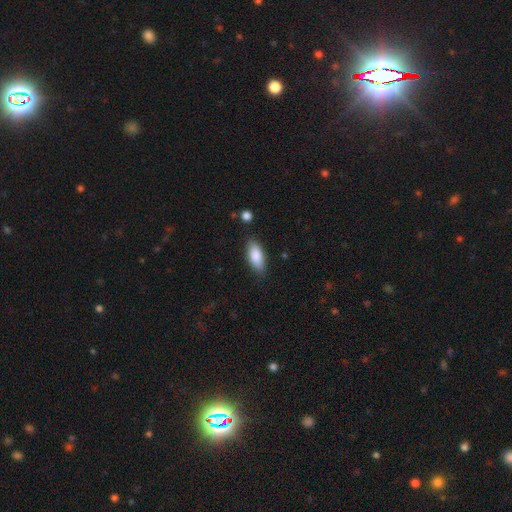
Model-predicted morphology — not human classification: type=smooth (85%); roundness=in between (85%); merging=none (83%).